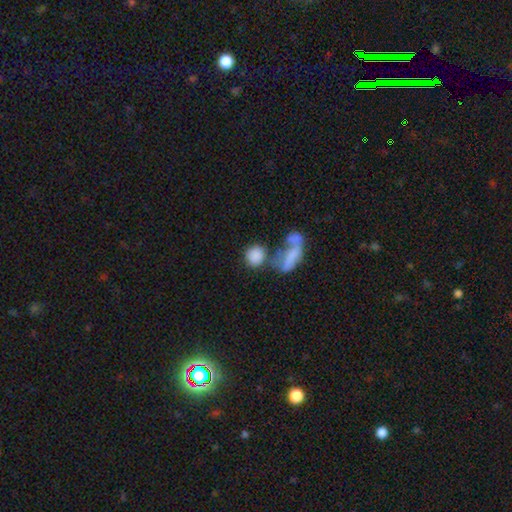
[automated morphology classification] A smooth galaxy with no disk features (81%) that is round (68%). Merging: none (41%).